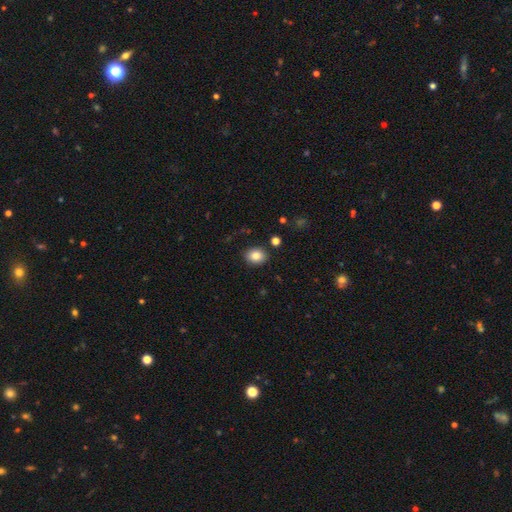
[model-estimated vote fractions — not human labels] Smooth or featured? smooth (84%)
How rounded? round (54%)
Merging? none (89%)